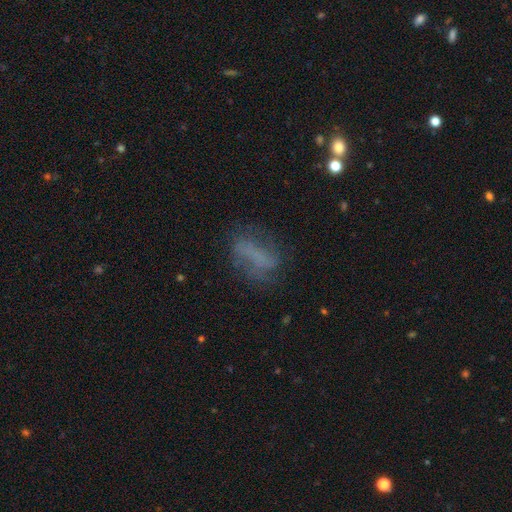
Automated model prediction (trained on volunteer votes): A smooth galaxy with no disk features (43%).

Vote fractions:
- Smooth or featured? smooth: 43% / featured or disk: 41% / star or artifact: 17%
- Merging? none: 54% / minor disturbance: 23% / major disturbance: 20% / merger: 3%